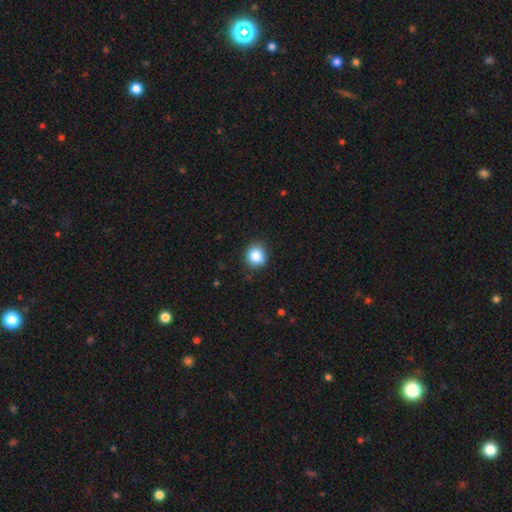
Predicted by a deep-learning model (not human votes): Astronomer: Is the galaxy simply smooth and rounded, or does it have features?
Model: smooth — 84%.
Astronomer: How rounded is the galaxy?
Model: round — 86%.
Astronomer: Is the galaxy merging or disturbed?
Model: none — 87%.